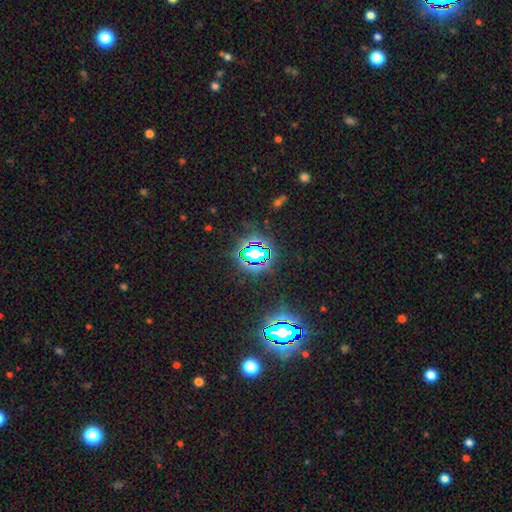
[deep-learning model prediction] Smooth or featured? star or artifact (77%)